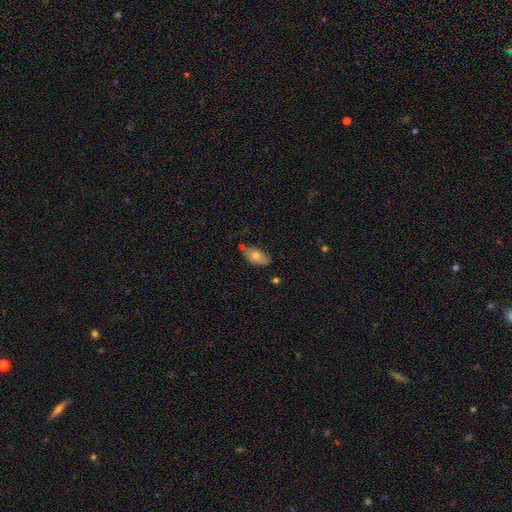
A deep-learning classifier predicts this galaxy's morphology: A smooth galaxy with no disk features (70%) that is in between round and cigar-shaped (91%). Merging: none (67%).